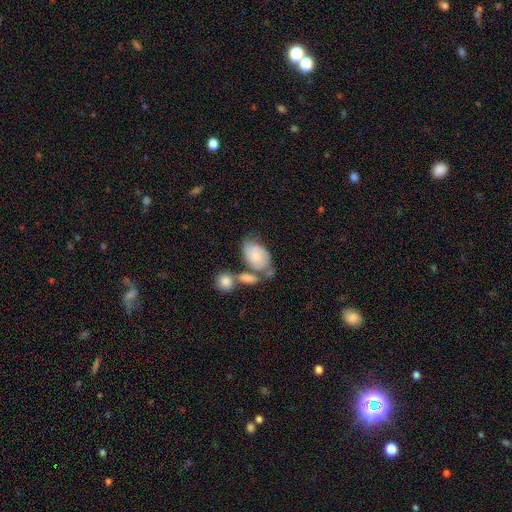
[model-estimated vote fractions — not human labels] Overall: smooth (53%; featured or disk 40%). How rounded: in between (85%). Merging: none (37%; merger 32%).